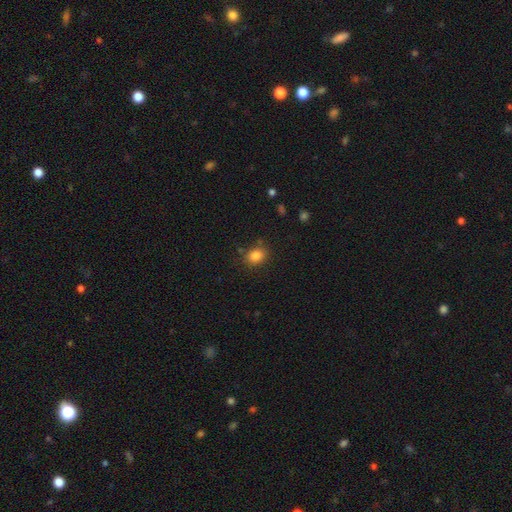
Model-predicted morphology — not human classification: This is clearly a smooth galaxy (84%). How rounded: possibly round (50%). Merging: likely none (79%).